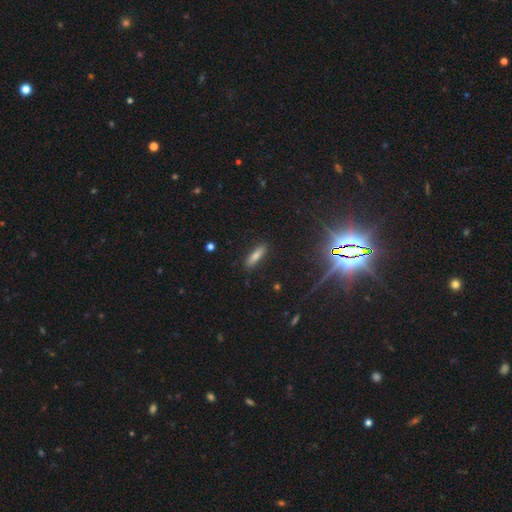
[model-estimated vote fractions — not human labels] A smooth galaxy with no disk features (73%) that is cigar-shaped (61%).

Vote fractions:
- Smooth or featured? smooth: 73% / featured or disk: 16% / star or artifact: 11%
- How rounded? cigar-shaped: 61% / in between: 37% / round: 3%
- Merging? none: 87% / minor disturbance: 9% / major disturbance: 2% / merger: 1%